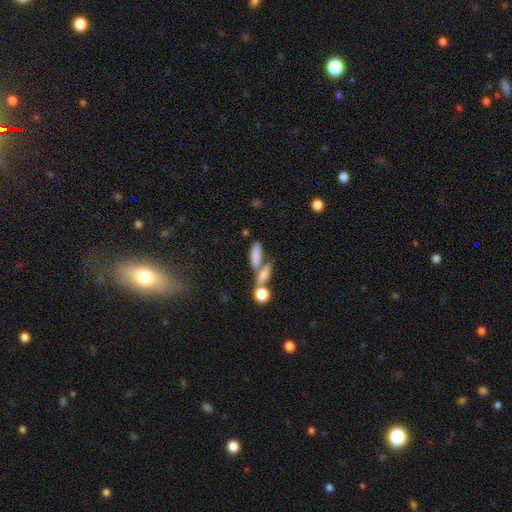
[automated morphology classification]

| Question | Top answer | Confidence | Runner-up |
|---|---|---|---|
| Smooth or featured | smooth | 74% | featured or disk (15%) |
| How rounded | in between | 51% | cigar-shaped (43%) |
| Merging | merger | 44% | none (39%) |